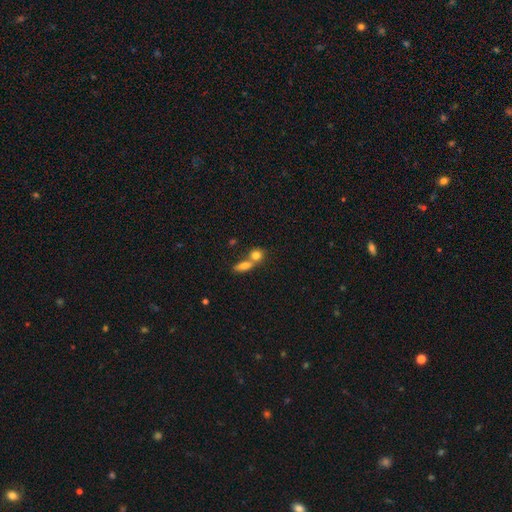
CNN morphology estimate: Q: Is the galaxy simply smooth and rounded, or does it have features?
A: smooth — 79%.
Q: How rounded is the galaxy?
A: round — 62%.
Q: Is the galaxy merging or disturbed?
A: merger — 50%.